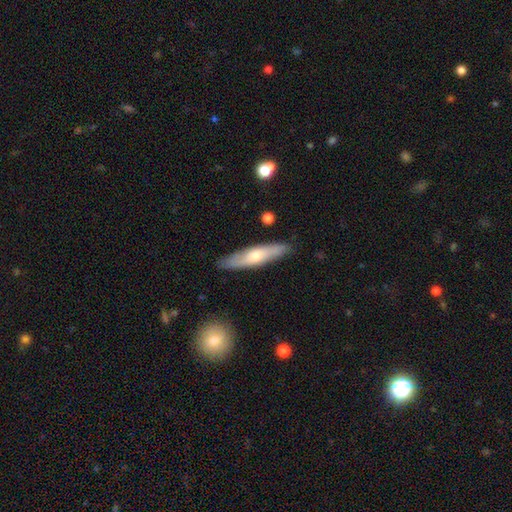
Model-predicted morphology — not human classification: This appears to be a smooth galaxy with no disk features (50%) that is cigar-shaped (76%). Merging: none (85%).